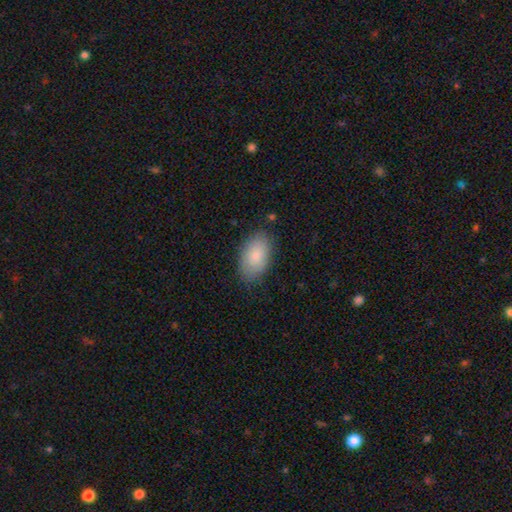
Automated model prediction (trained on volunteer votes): Smooth or featured? Predicted: smooth (p=0.84). How rounded? Predicted: in between (p=0.93). Merging? Predicted: none (p=0.82).